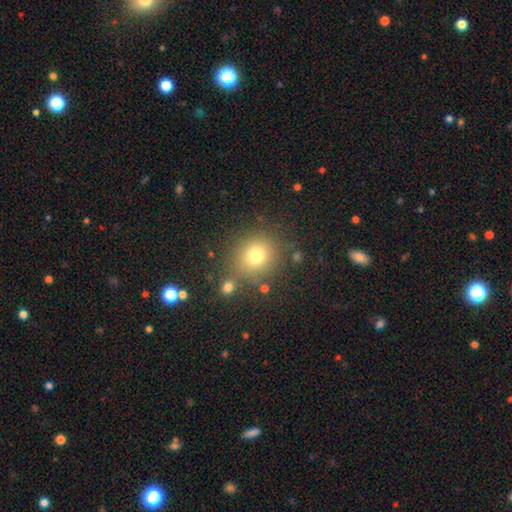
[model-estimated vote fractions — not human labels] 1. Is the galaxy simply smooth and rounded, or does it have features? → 75% smooth, 15% star or artifact, 9% featured or disk.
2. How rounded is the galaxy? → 86% round, 13% in between, 1% cigar-shaped.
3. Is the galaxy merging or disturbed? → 78% none, 10% minor disturbance, 7% merger, 4% major disturbance.